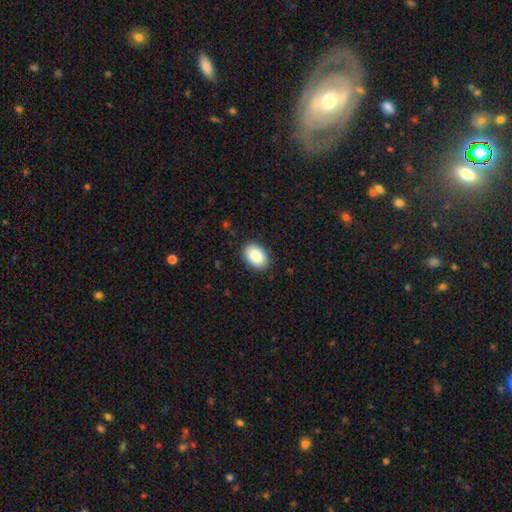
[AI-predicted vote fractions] Smooth or featured? smooth (86%)
How rounded? in between (82%)
Merging? none (89%)